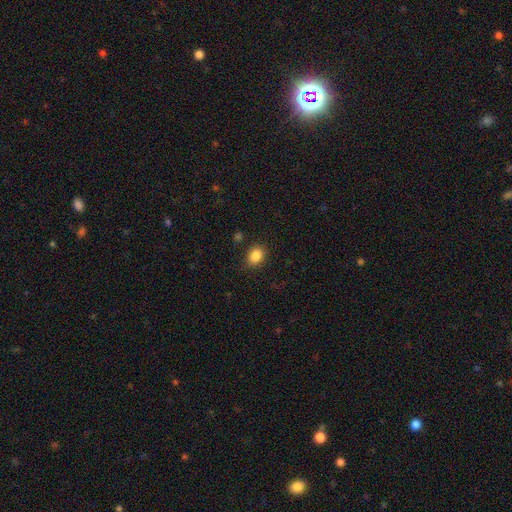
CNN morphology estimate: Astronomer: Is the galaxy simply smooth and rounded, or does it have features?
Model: smooth — 86%.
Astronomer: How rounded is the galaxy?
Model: in between — 59% (runner-up: round, 40%).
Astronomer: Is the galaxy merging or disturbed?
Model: none — 84%.